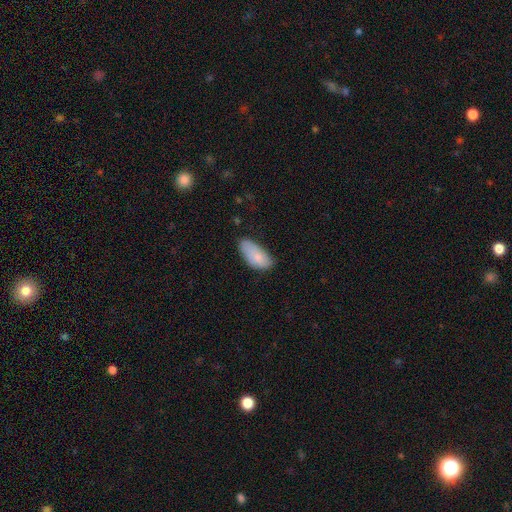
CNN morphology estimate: Overall: smooth (81%). How rounded: in between (92%). Merging: none (56%; minor disturbance 34%).